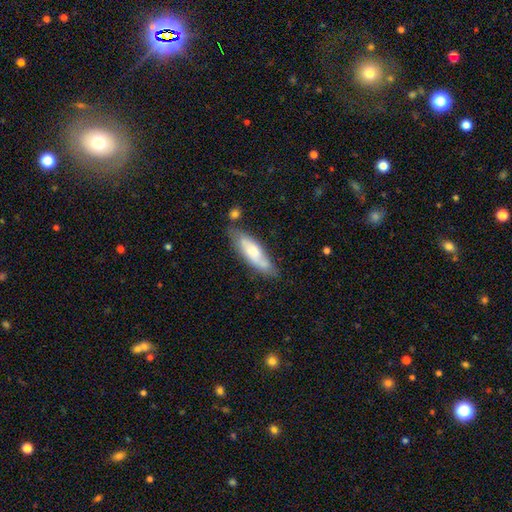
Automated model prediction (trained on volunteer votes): Smooth or featured? smooth (59%)
How rounded? cigar-shaped (52%)
Merging? none (64%)